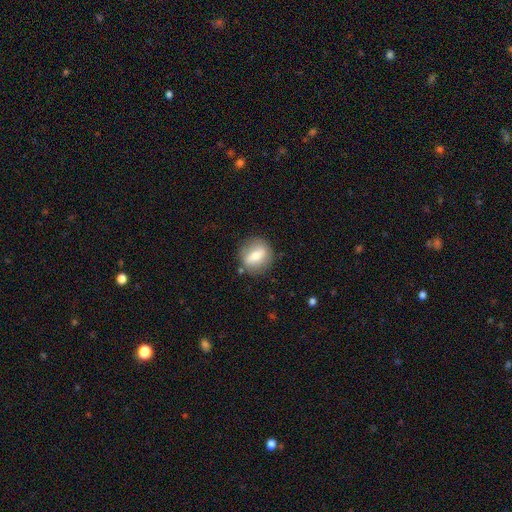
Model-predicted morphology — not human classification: Smooth or featured? Predicted: smooth (p=0.55). How rounded? Predicted: round (p=0.73). Merging? Predicted: none (p=0.82).